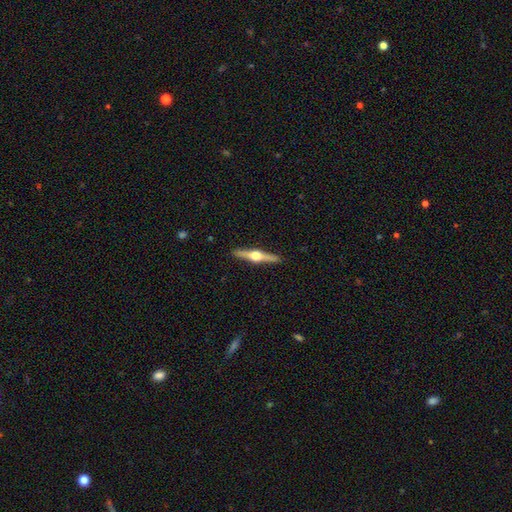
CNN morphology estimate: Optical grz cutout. It shows a featured or disk galaxy (79%) viewed edge-on (98%) with a rounded central bulge (96%). Merging: none (92%).